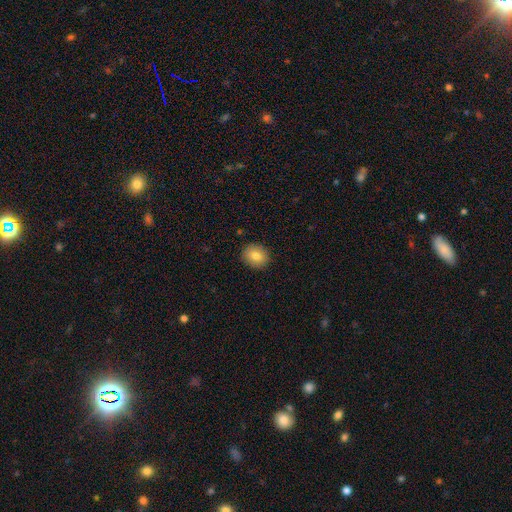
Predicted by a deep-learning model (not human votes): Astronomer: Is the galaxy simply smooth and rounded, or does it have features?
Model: smooth — 83%.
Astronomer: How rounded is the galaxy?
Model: round — 67%.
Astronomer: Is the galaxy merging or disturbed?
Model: none — 90%.